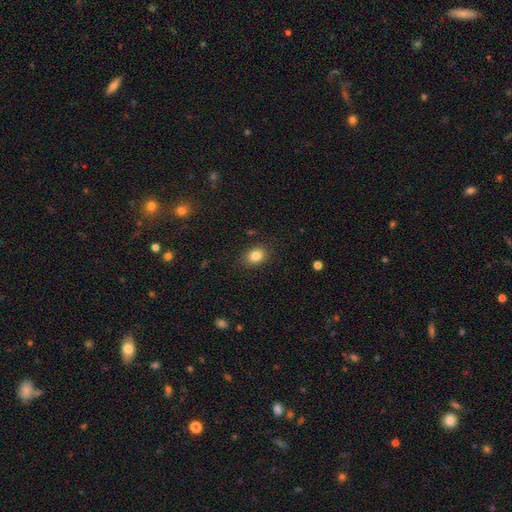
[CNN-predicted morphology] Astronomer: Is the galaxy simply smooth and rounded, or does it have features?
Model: smooth — 83%.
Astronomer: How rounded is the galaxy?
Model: in between — 56% (runner-up: round, 43%).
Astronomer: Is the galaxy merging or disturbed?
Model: none — 86%.